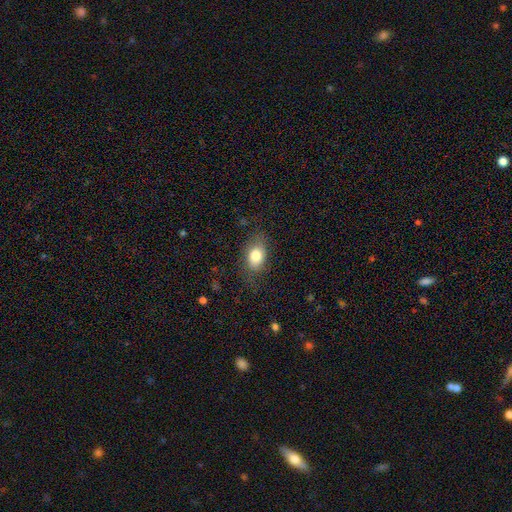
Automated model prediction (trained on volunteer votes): Smooth or featured?
  - smooth: 79% *
  - featured or disk: 13%
  - star or artifact: 8%
How rounded?
  - in between: 82% *
  - round: 16%
  - cigar-shaped: 2%
Merging?
  - none: 72% *
  - minor disturbance: 19%
  - major disturbance: 8%
  - merger: 1%